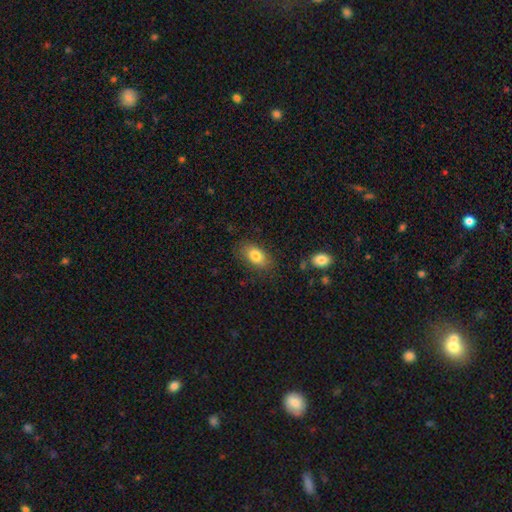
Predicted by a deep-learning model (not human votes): smooth_or_featured: smooth (p=0.81) [alt: featured or disk p=0.11]
how_rounded: in between (p=0.89) [alt: round p=0.08]
merging: none (p=0.82) [alt: minor disturbance p=0.13]